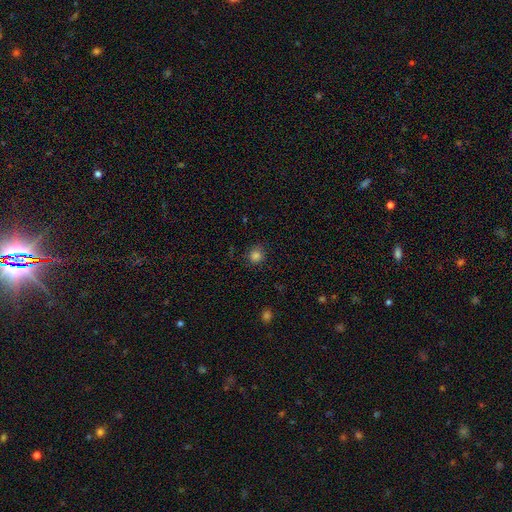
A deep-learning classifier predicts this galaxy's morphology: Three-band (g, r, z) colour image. It shows a smooth galaxy with no disk features (83%) that is round (89%). Merging: none (84%).